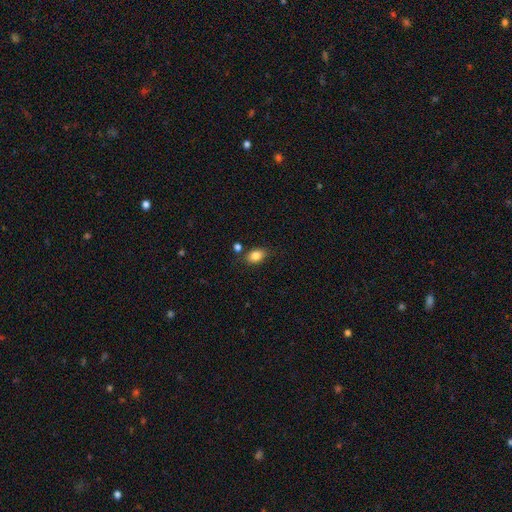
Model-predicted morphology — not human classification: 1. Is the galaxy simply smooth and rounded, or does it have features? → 84% smooth, 9% star or artifact, 7% featured or disk.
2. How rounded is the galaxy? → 79% in between, 19% round, 2% cigar-shaped.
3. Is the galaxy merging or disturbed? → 76% none, 14% minor disturbance, 7% merger, 3% major disturbance.